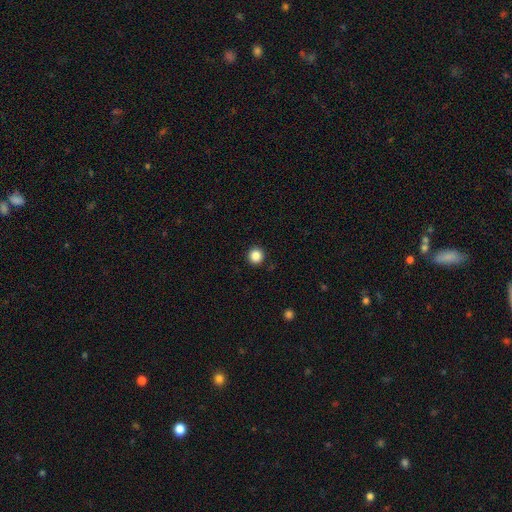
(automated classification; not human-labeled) This is clearly a smooth galaxy (86%). How rounded: clearly round (96%). Merging: clearly none (93%).